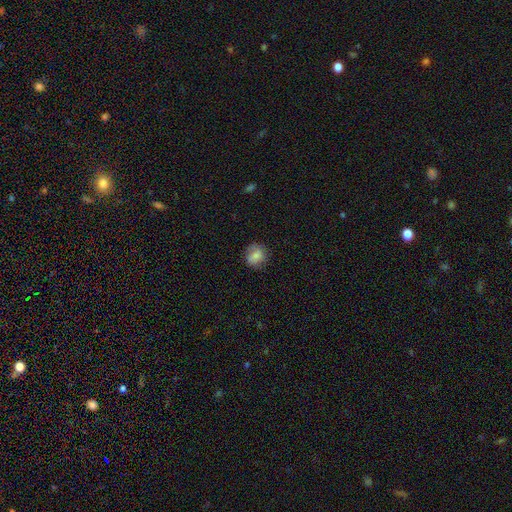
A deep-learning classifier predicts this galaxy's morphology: A smooth galaxy with no disk features (77%) that is round (78%). Merging: none (76%).